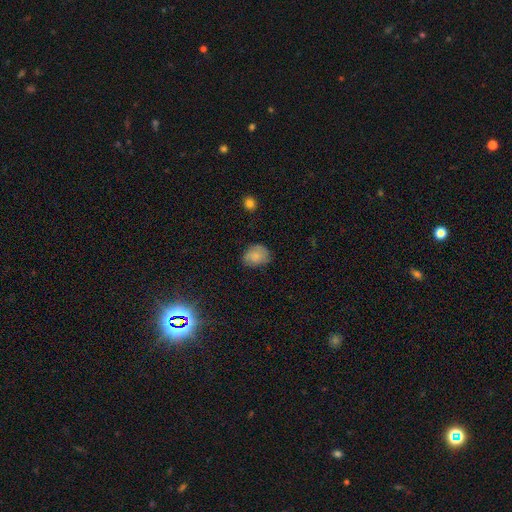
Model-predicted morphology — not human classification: Smooth or featured?
  - smooth: 80% *
  - featured or disk: 11%
  - star or artifact: 8%
How rounded?
  - in between: 57% *
  - round: 42%
  - cigar-shaped: 1%
Merging?
  - none: 71% *
  - minor disturbance: 23%
  - major disturbance: 5%
  - merger: 1%